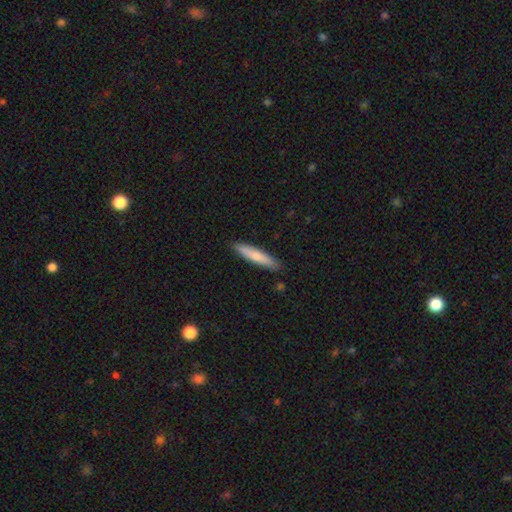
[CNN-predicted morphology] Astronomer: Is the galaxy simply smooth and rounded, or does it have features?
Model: smooth — 76%.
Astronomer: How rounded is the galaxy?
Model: cigar-shaped — 89%.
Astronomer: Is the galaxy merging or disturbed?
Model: none — 88%.